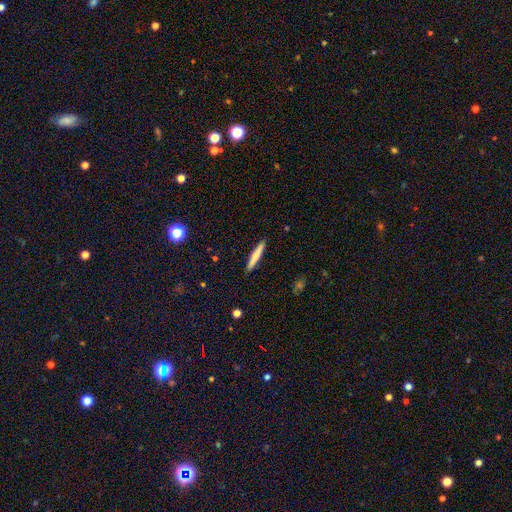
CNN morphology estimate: Q: Smooth or featured?
A: smooth (68%); runner-up: featured or disk (26%)
Q: How rounded?
A: cigar-shaped (95%); runner-up: in between (4%)
Q: Merging?
A: none (92%); runner-up: minor disturbance (6%)